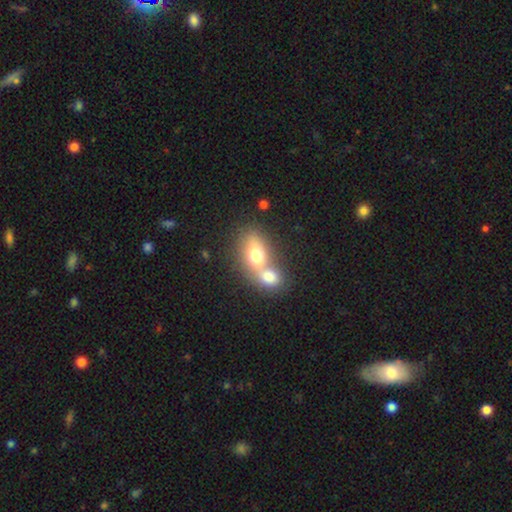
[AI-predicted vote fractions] Smooth or featured: smooth — 68% (featured or disk — 23%)
How rounded: in between — 73% (round — 23%)
Merging: merger — 68% (none — 22%)